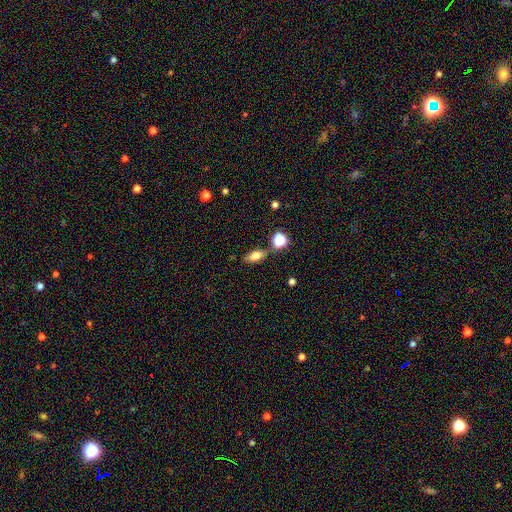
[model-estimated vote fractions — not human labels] Smooth or featured? Predicted: smooth (p=0.72). How rounded? Predicted: in between (p=0.77). Merging? Predicted: none (p=0.73).